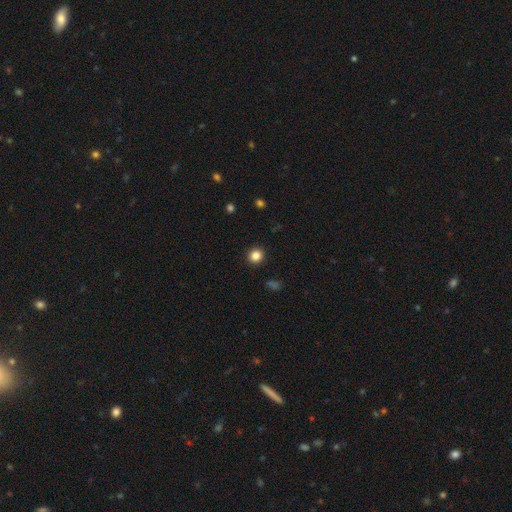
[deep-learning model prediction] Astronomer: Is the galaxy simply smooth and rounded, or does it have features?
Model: smooth — 85%.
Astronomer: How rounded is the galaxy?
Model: round — 90%.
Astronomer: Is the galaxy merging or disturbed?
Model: none — 92%.